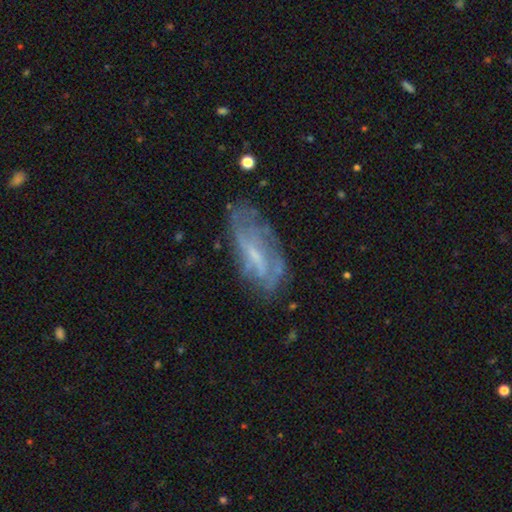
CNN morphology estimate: Smooth or featured? featured or disk (64%)
Edge-on disk? no (86%)
Bar? weak (45%)
Spiral arms? yes (63%)
Bulge size? small (50%)
Merging? none (59%)